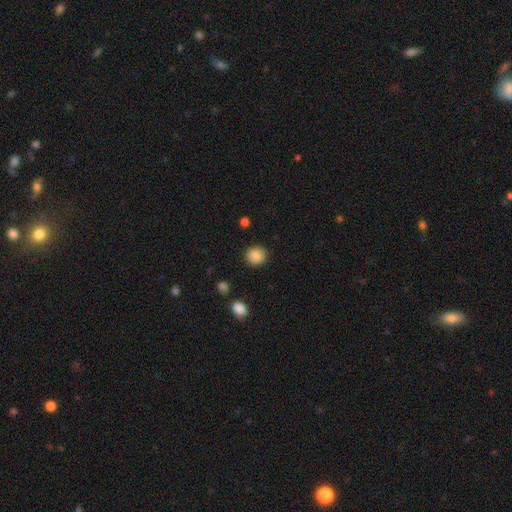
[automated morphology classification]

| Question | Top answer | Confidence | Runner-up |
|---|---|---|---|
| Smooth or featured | smooth | 88% | star or artifact (9%) |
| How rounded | round | 86% | in between (13%) |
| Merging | none | 90% | minor disturbance (7%) |